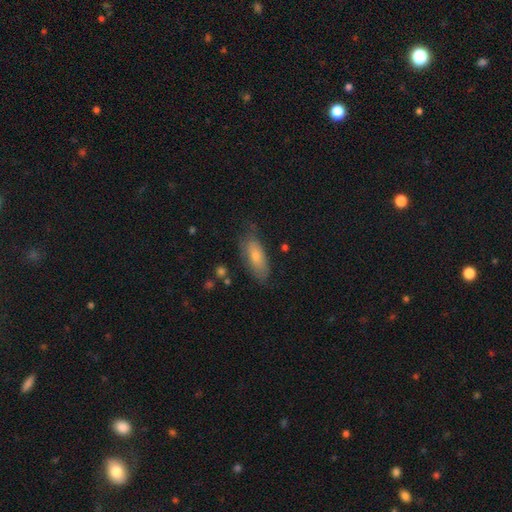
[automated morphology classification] Smooth or featured? smooth (73%)
How rounded? in between (77%)
Merging? none (67%)